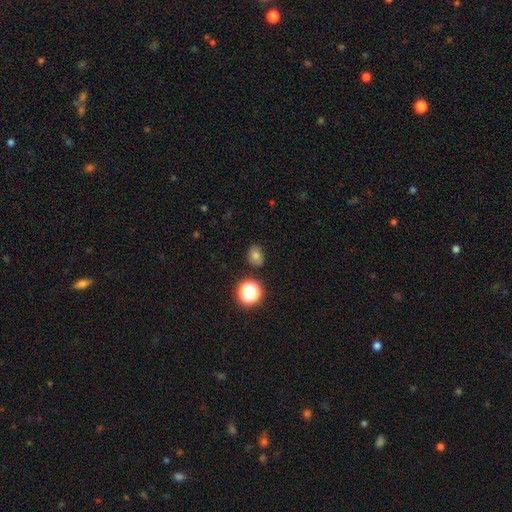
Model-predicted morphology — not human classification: Smooth or featured? smooth (70%)
How rounded? round (55%)
Merging? none (84%)